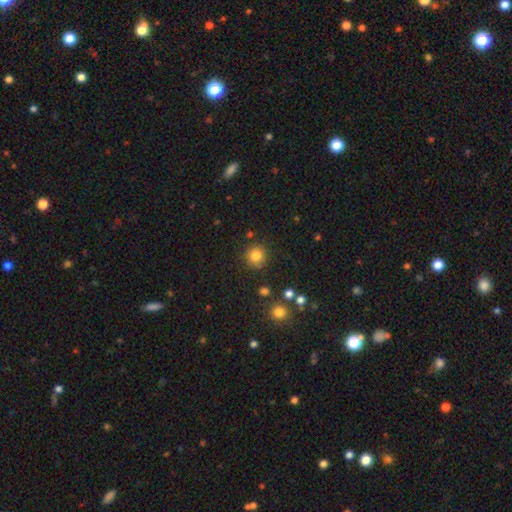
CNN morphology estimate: Overall: smooth (83%). How rounded: round (92%). Merging: none (87%).